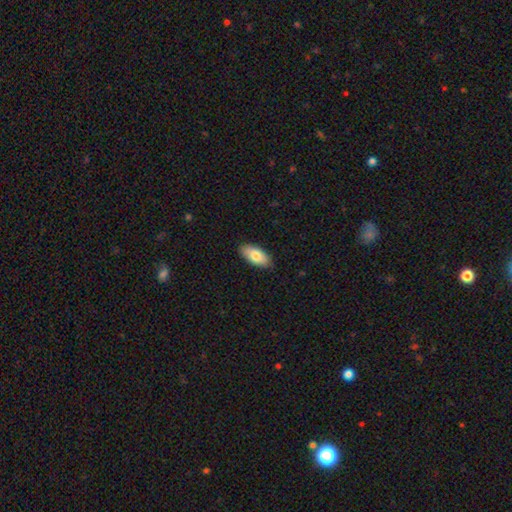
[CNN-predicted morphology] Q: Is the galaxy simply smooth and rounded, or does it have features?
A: smooth — 80%.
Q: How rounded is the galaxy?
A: in between — 92%.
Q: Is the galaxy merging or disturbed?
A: none — 87%.